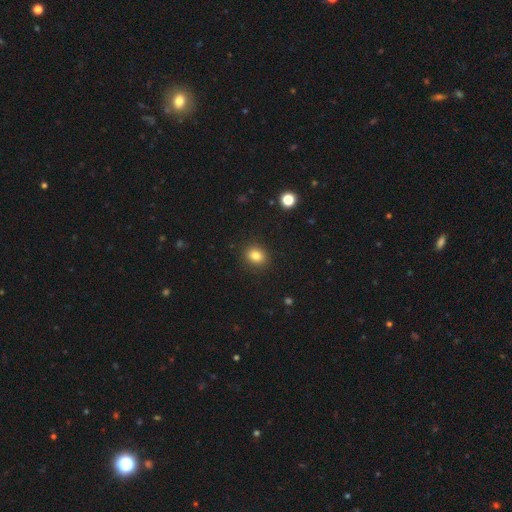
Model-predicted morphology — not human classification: Overall: smooth (83%). How rounded: round (60%; in between 39%). Merging: none (89%).